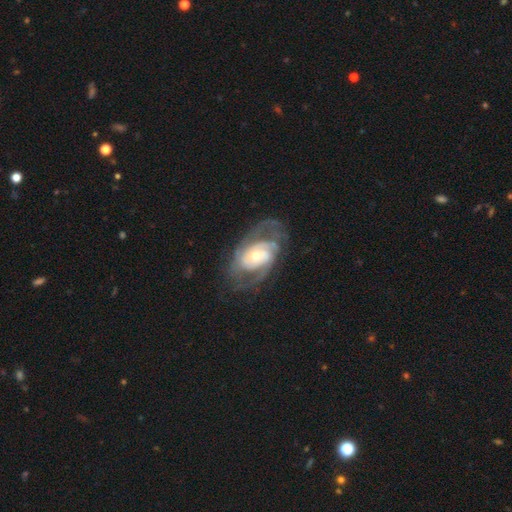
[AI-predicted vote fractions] Smooth or featured: featured or disk — 87% (smooth — 9%)
Edge-on disk: no — 96% (yes — 4%)
Bar: no — 66% (weak — 26%)
Spiral arms: yes — 94% (no — 6%)
Spiral winding: tight — 50% (medium — 37%)
Spiral arm count: 2 — 45% (can't tell — 23%)
Bulge size: moderate — 60% (small — 31%)
Merging: none — 62% (minor disturbance — 20%)